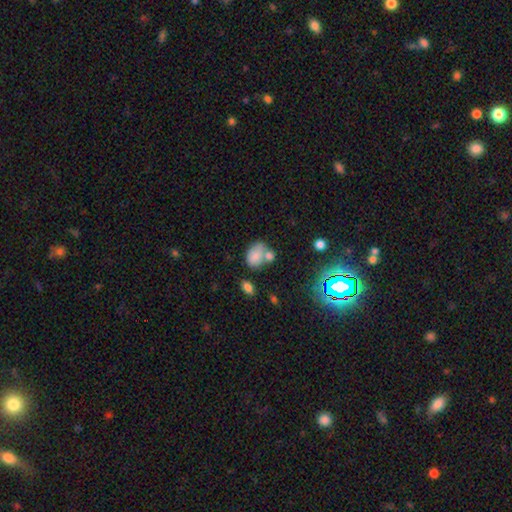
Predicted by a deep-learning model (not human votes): Smooth or featured?
  - smooth: 77% *
  - featured or disk: 13%
  - star or artifact: 10%
How rounded?
  - in between: 70% *
  - round: 29%
  - cigar-shaped: 1%
Merging?
  - merger: 38% *
  - none: 37%
  - minor disturbance: 17%
  - major disturbance: 7%